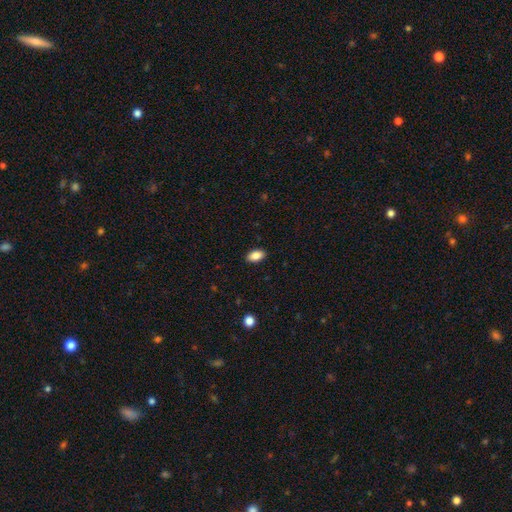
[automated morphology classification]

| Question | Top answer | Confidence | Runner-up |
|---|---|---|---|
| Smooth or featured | smooth | 86% | star or artifact (8%) |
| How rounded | in between | 92% | round (5%) |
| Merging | none | 89% | minor disturbance (8%) |